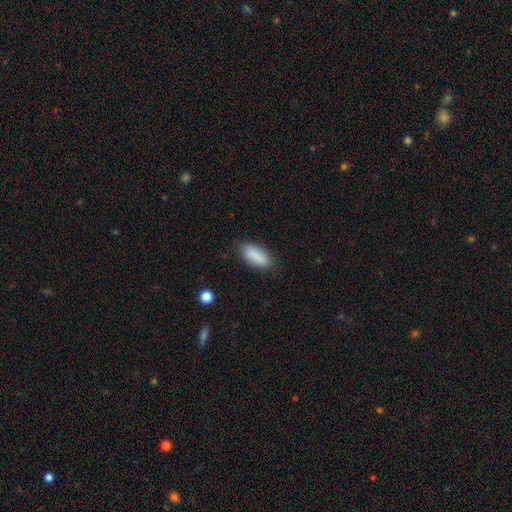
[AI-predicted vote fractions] smooth 86%, featured or disk 7%, star or artifact 7%. Down the decision tree: how rounded — in between (81%); merging — none (78%).